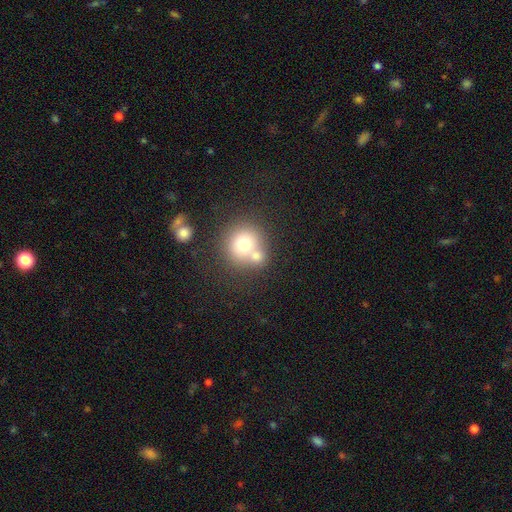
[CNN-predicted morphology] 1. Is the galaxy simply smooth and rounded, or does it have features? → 71% smooth, 17% featured or disk, 12% star or artifact.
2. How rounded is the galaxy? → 86% round, 14% in between, 1% cigar-shaped.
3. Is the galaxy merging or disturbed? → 47% none, 41% merger, 8% minor disturbance, 4% major disturbance.